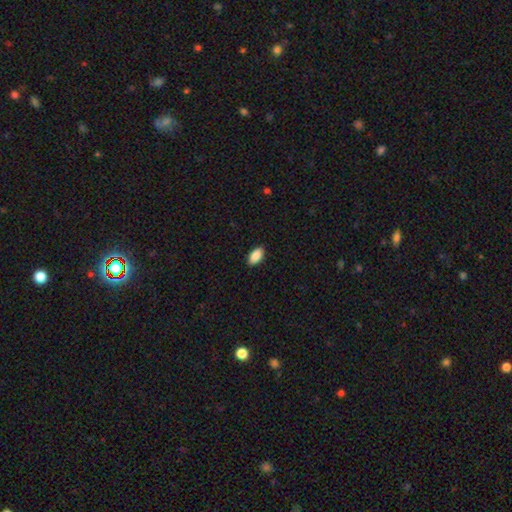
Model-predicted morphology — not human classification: Overall: smooth (89%). How rounded: in between (94%). Merging: none (89%).